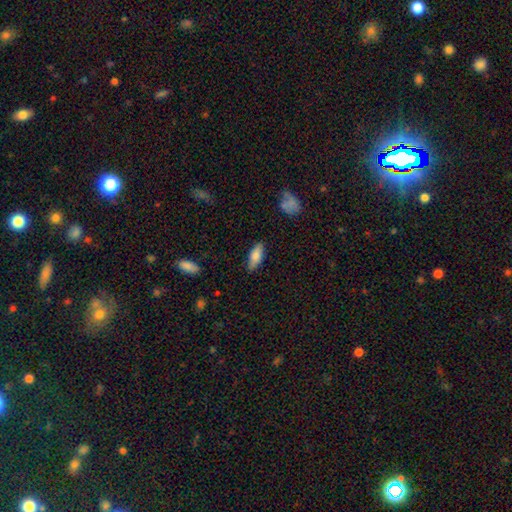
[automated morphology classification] This is likely a smooth galaxy (79%). How rounded: likely in between (75%). Merging: clearly none (82%).